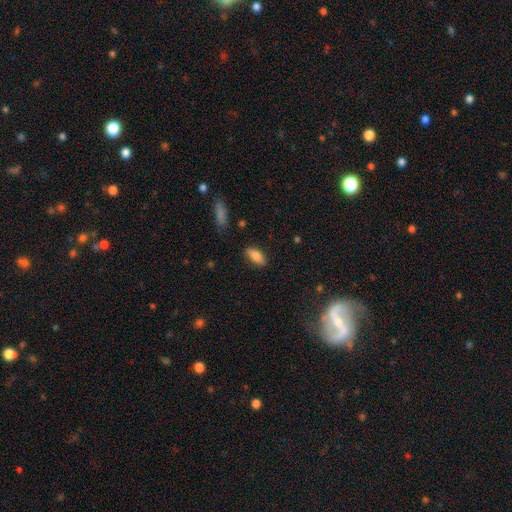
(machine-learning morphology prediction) Overall: smooth (83%). How rounded: in between (82%). Merging: none (85%).